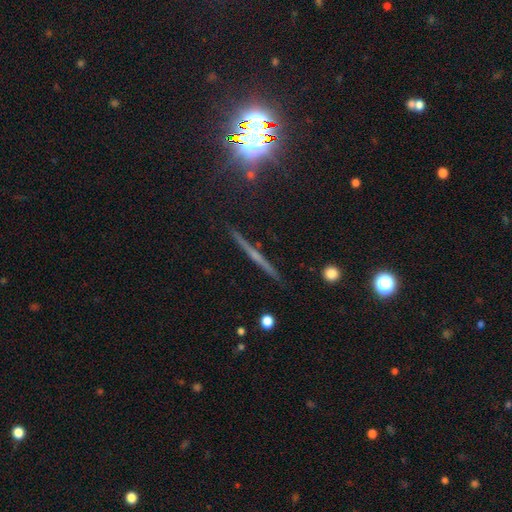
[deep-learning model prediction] smooth_or_featured: featured or disk (p=0.63) [alt: smooth p=0.21]
disk_edge_on: yes (p=0.97) [alt: no p=0.03]
edge_on_bulge: none (p=0.57) [alt: rounded p=0.35]
merging: none (p=0.90) [alt: minor disturbance p=0.07]